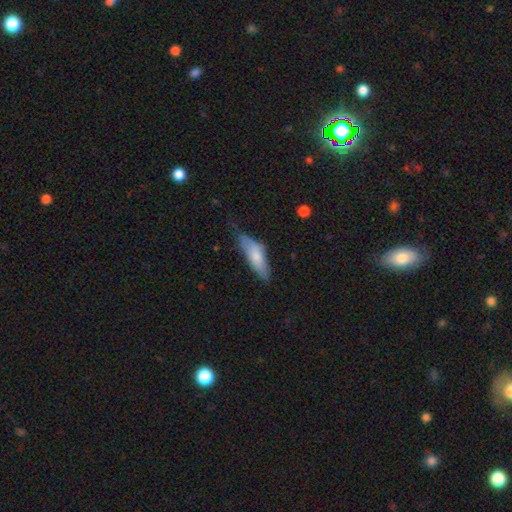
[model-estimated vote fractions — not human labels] Q: Smooth or featured?
A: smooth (72%); runner-up: featured or disk (22%)
Q: How rounded?
A: in between (56%); runner-up: cigar-shaped (42%)
Q: Merging?
A: none (46%); runner-up: minor disturbance (39%)